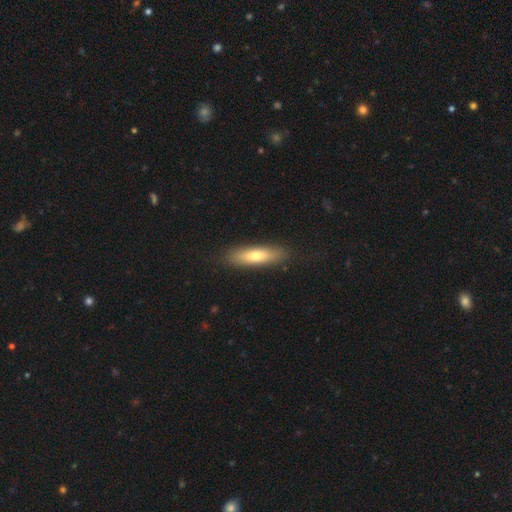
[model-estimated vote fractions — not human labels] Smooth or featured? smooth (67%)
How rounded? cigar-shaped (68%)
Merging? none (87%)